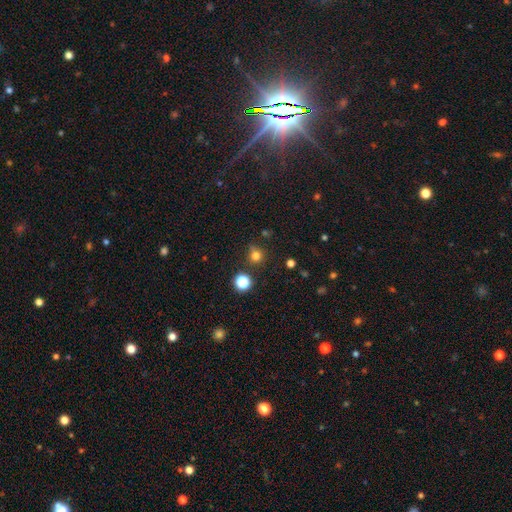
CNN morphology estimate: This is likely a smooth galaxy (76%). How rounded: clearly round (90%). Merging: likely none (75%).